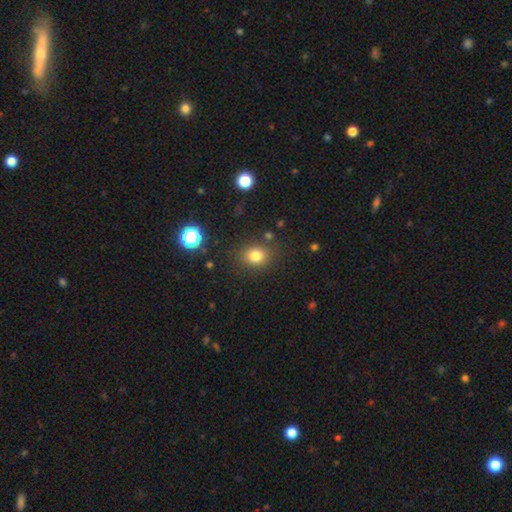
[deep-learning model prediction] Morphology: type=smooth (79%); roundness=round (64%); merging=none (83%).